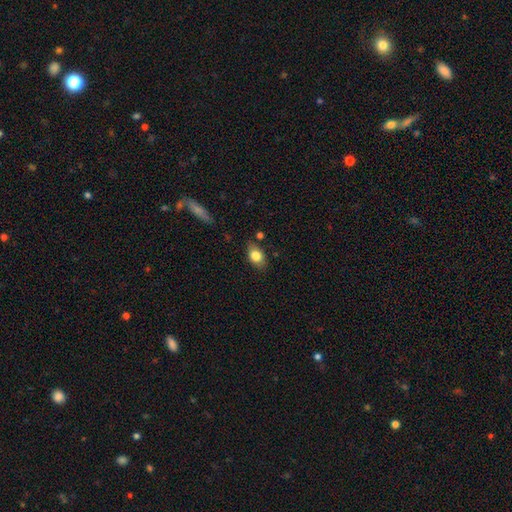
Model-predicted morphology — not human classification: smooth 79%, featured or disk 12%, star or artifact 8%. Down the decision tree: how rounded — in between (81%); merging — none (78%).